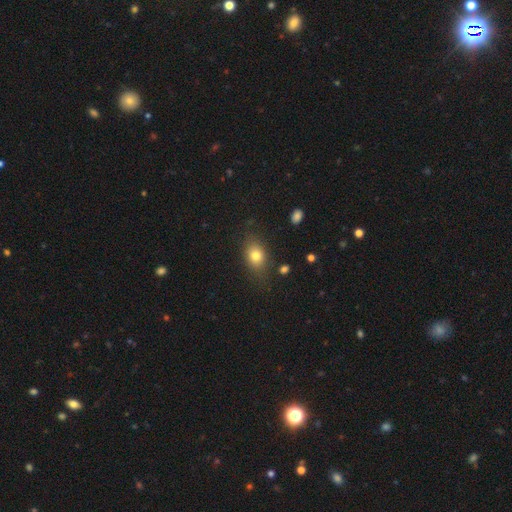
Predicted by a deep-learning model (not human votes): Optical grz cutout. It shows a smooth galaxy with no disk features (77%) that is in between round and cigar-shaped (70%). Merging: none (78%).